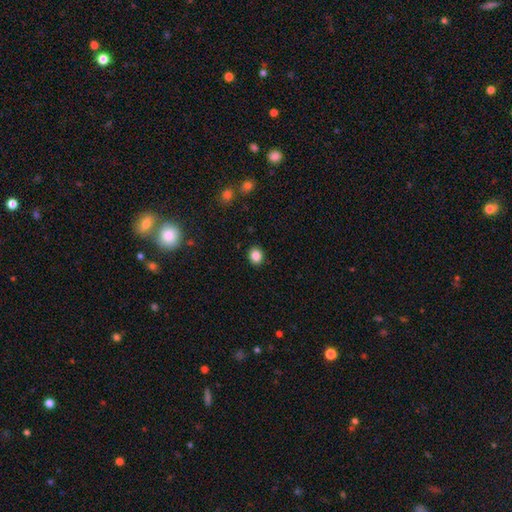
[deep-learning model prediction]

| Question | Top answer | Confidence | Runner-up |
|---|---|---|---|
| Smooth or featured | smooth | 86% | star or artifact (10%) |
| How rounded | round | 69% | in between (30%) |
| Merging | none | 91% | minor disturbance (6%) |